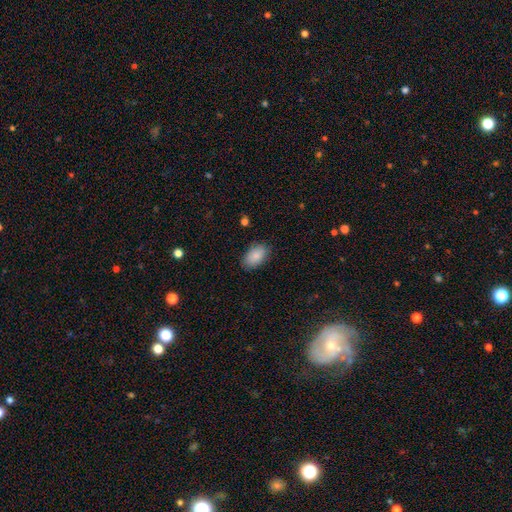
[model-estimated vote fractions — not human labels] A smooth galaxy with no disk features (86%) that is in between round and cigar-shaped (93%).

Vote fractions:
- Smooth or featured? smooth: 86% / star or artifact: 7% / featured or disk: 7%
- How rounded? in between: 93% / round: 6% / cigar-shaped: 2%
- Merging? none: 84% / minor disturbance: 12% / major disturbance: 3% / merger: 1%